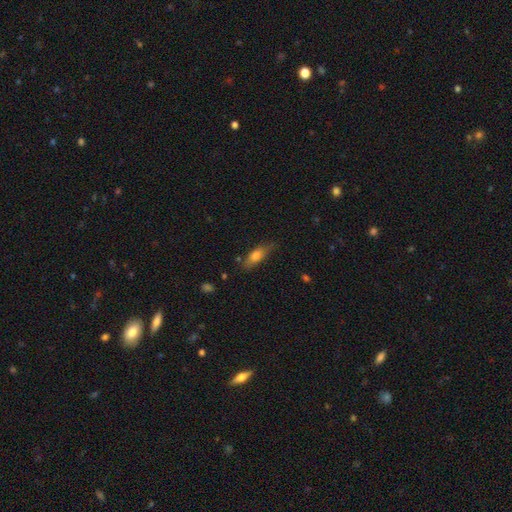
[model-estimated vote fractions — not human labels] Smooth or featured? Predicted: smooth (p=0.74). How rounded? Predicted: in between (p=0.64). Merging? Predicted: none (p=0.69).